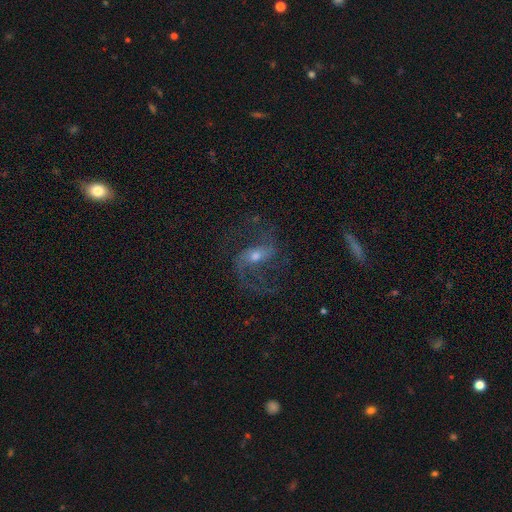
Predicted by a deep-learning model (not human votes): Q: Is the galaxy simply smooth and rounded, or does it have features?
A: featured or disk — 84%.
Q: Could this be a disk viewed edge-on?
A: no — 96%.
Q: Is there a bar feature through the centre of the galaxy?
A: weak — 43%.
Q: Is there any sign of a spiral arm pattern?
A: yes — 95%.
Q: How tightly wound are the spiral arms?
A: loose — 50%.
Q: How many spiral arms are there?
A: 2 — 86%.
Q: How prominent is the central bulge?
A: moderate — 50%.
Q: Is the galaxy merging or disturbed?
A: none — 67%.